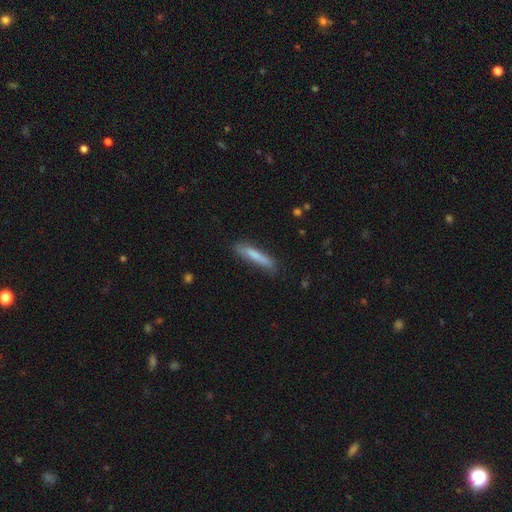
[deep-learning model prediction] Overall: smooth (76%). How rounded: cigar-shaped (90%). Merging: none (78%).